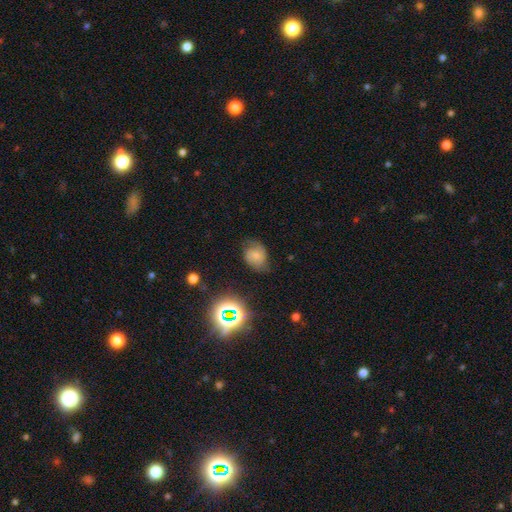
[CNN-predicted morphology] This is marginally a featured or disk galaxy (42%). Merging: possibly none (59%).